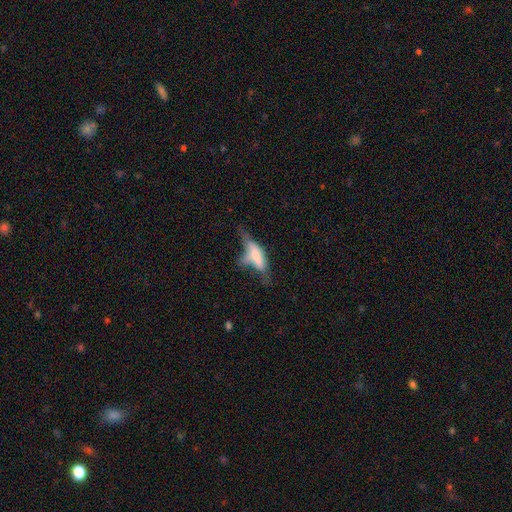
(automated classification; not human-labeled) smooth-or-featured: smooth: 54% | featured or disk: 38% | star or artifact: 9%
  how-rounded: in between: 51% | cigar-shaped: 46% | round: 3%
  merging: major disturbance: 32% | none: 25% | minor disturbance: 25% | merger: 18%